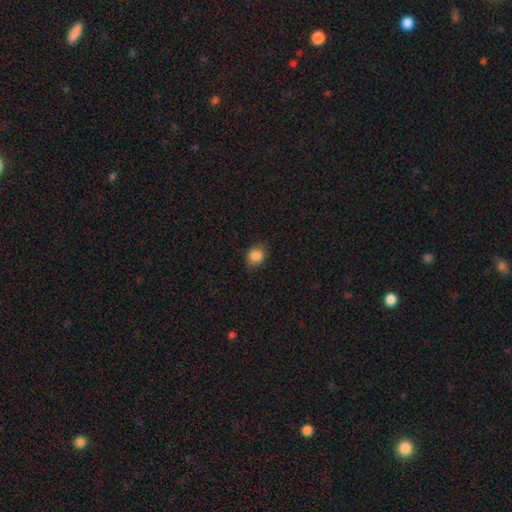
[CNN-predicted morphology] Overall: smooth (86%). How rounded: round (63%; in between 36%). Merging: none (81%).